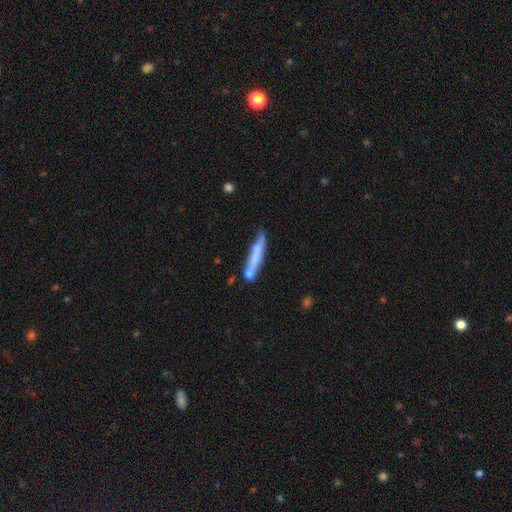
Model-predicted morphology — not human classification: Smooth or featured? Predicted: smooth (p=0.63). How rounded? Predicted: cigar-shaped (p=0.91). Merging? Predicted: none (p=0.58).